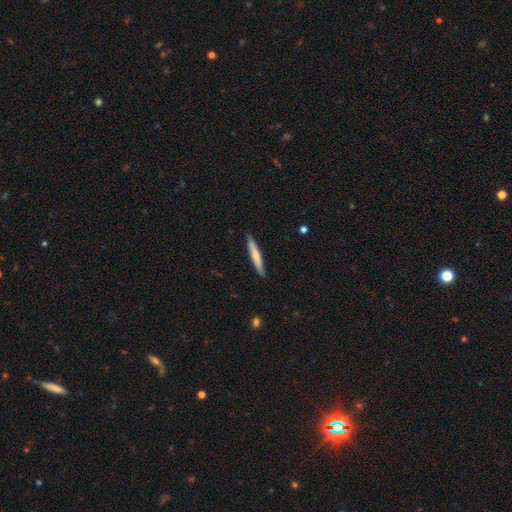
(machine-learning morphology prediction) This is likely a smooth galaxy (61%). How rounded: clearly cigar-shaped (94%). Merging: clearly none (89%).